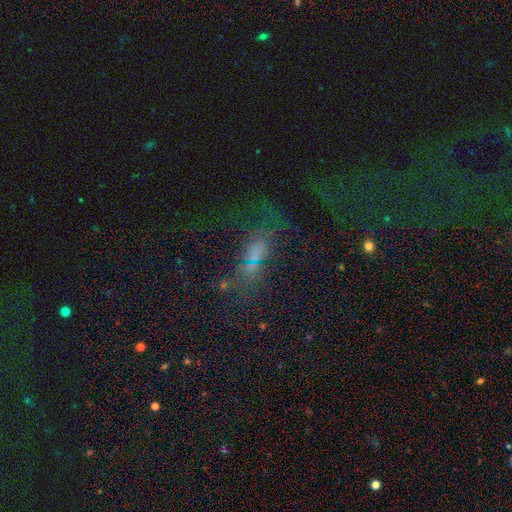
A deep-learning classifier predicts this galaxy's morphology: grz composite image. It shows a smooth galaxy with no disk features (44%). Merging: none (37%).